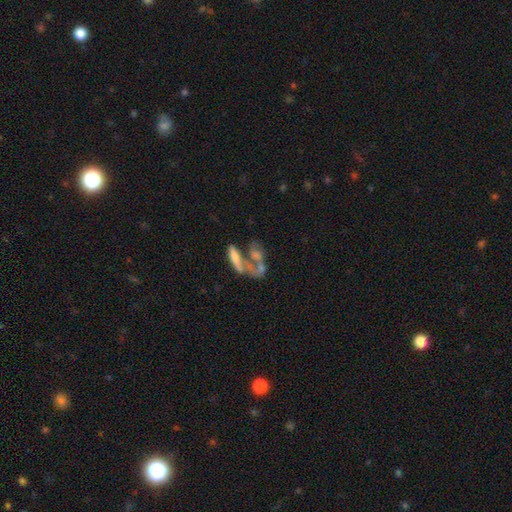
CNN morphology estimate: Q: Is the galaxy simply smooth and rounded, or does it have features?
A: featured or disk — 47%.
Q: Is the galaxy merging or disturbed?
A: merger — 57%.